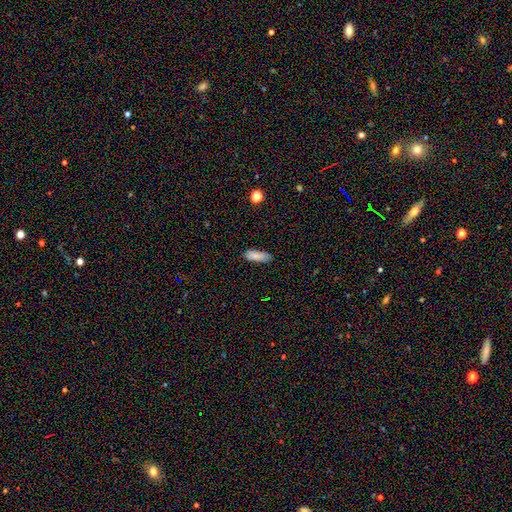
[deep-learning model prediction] Q: Smooth or featured?
A: smooth (85%); runner-up: featured or disk (8%)
Q: How rounded?
A: in between (73%); runner-up: cigar-shaped (25%)
Q: Merging?
A: none (82%); runner-up: minor disturbance (14%)